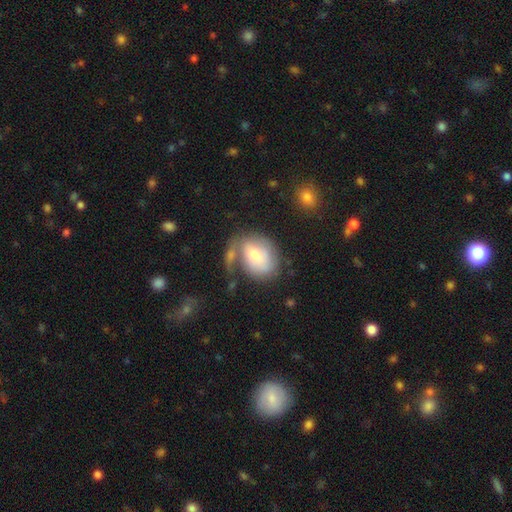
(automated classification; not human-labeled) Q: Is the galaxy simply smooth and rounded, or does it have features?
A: smooth — 64%.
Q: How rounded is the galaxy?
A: in between — 67%.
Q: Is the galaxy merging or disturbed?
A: none — 41%.